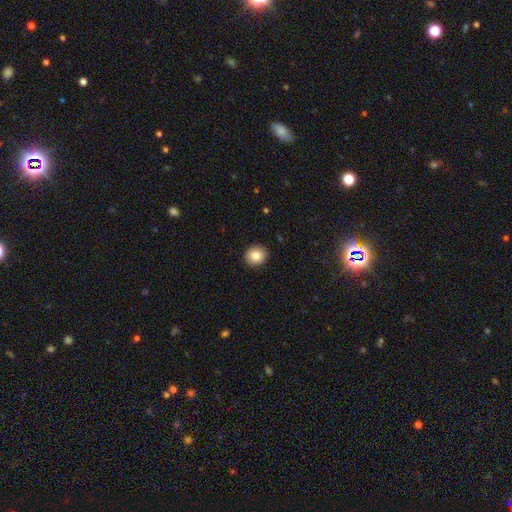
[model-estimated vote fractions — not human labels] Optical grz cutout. It shows a smooth galaxy with no disk features (83%) that is round (89%). Merging: none (92%).